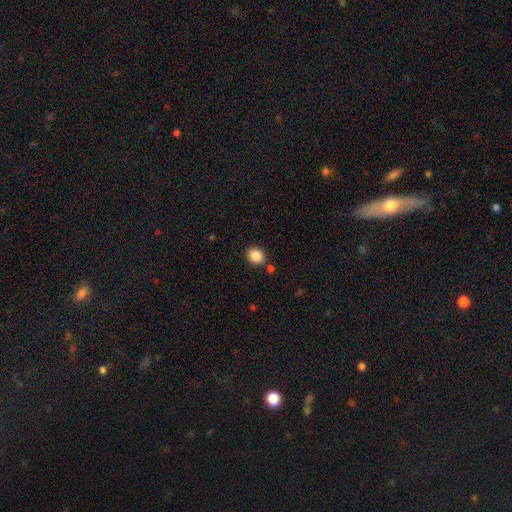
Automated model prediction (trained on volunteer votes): smooth_or_featured: smooth (p=0.88) [alt: star or artifact p=0.09]
how_rounded: round (p=0.54) [alt: in between p=0.45]
merging: none (p=0.82) [alt: minor disturbance p=0.09]